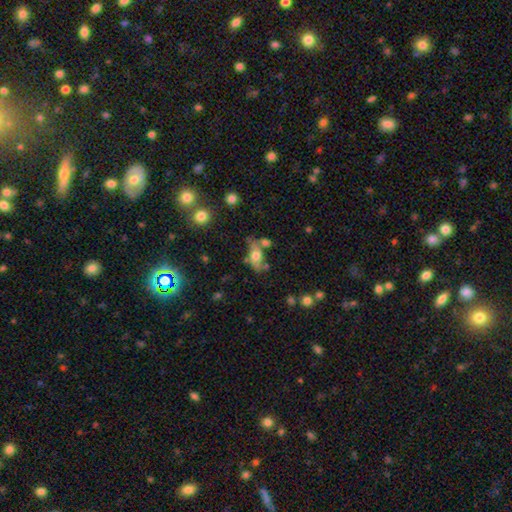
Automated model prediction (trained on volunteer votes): smooth-or-featured: smooth: 56% | featured or disk: 34% | star or artifact: 10%
  how-rounded: in between: 79% | cigar-shaped: 12% | round: 9%
  merging: none: 49% | minor disturbance: 21% | merger: 21% | major disturbance: 10%